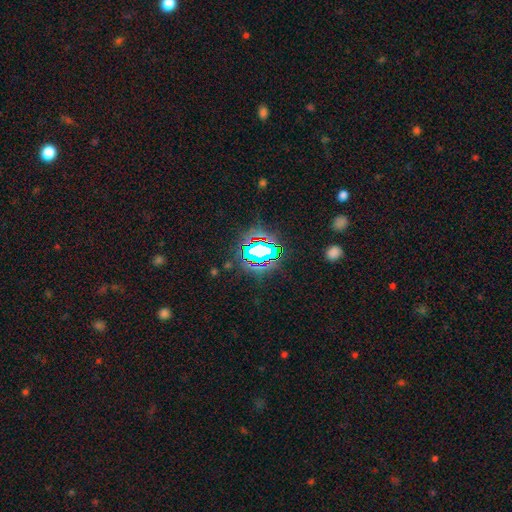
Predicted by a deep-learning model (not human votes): Smooth or featured?
  - star or artifact: 76% *
  - smooth: 14%
  - featured or disk: 9%